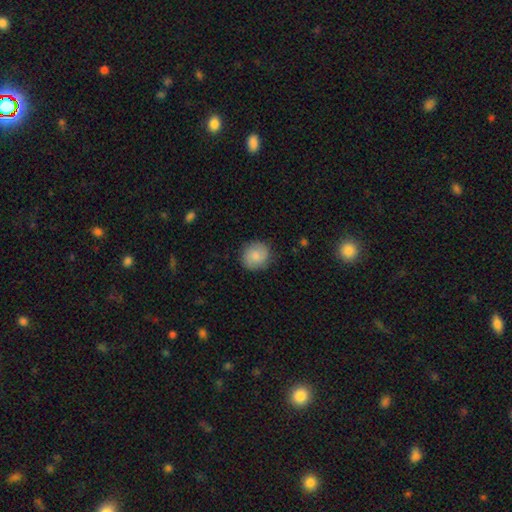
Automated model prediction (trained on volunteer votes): A smooth galaxy with no disk features (76%) that is round (85%).

Vote fractions:
- Smooth or featured? smooth: 76% / featured or disk: 17% / star or artifact: 7%
- How rounded? round: 85% / in between: 14% / cigar-shaped: 1%
- Merging? none: 85% / minor disturbance: 11% / major disturbance: 3% / merger: 1%